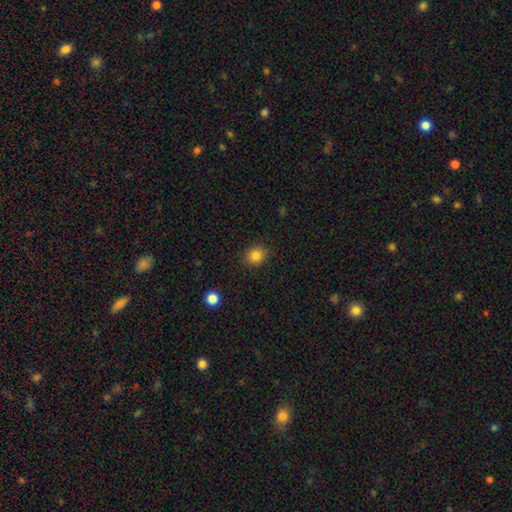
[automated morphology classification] A smooth galaxy with no disk features (85%) that is round (70%). Merging: none (87%).